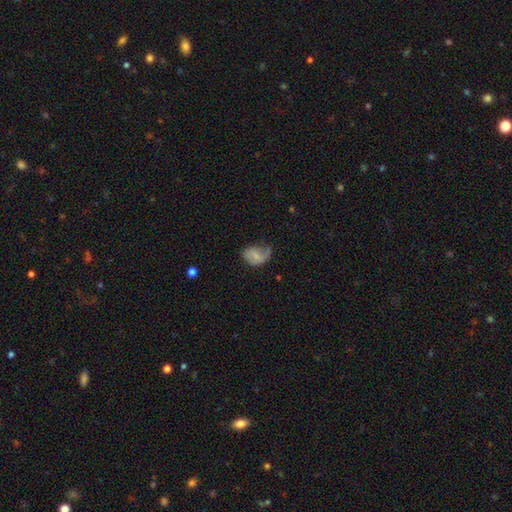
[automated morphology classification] smooth 52%, featured or disk 40%, star or artifact 8%. Down the decision tree: how rounded — in between (69%); merging — minor disturbance (34%).